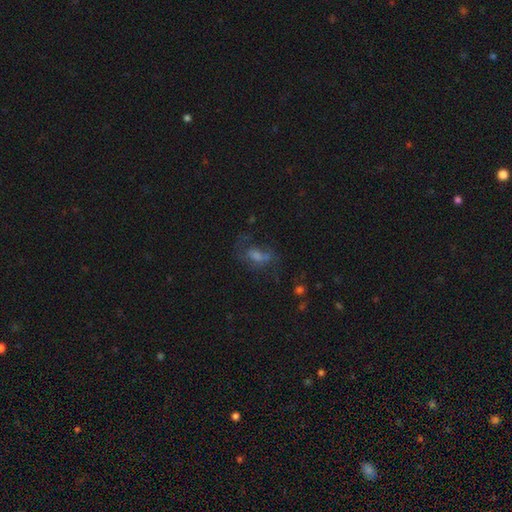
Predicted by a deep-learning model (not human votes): smooth-or-featured: featured or disk: 39% | smooth: 37% | star or artifact: 24%
  merging: none: 41% | major disturbance: 31% | minor disturbance: 20% | merger: 7%